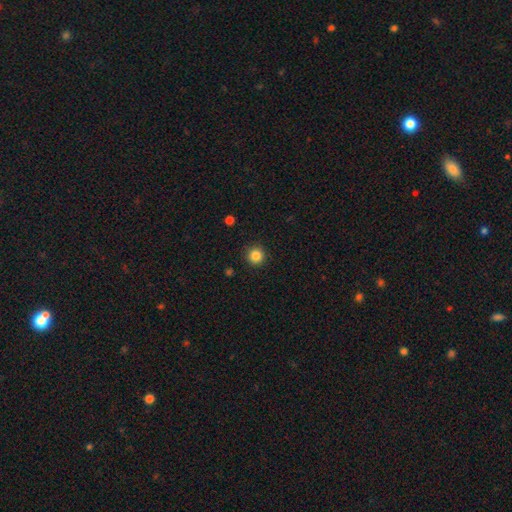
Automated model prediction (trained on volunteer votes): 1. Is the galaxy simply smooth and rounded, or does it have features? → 85% smooth, 11% star or artifact, 4% featured or disk.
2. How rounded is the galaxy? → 95% round, 4% in between, 1% cigar-shaped.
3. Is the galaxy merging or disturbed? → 91% none, 6% minor disturbance, 2% major disturbance, 1% merger.